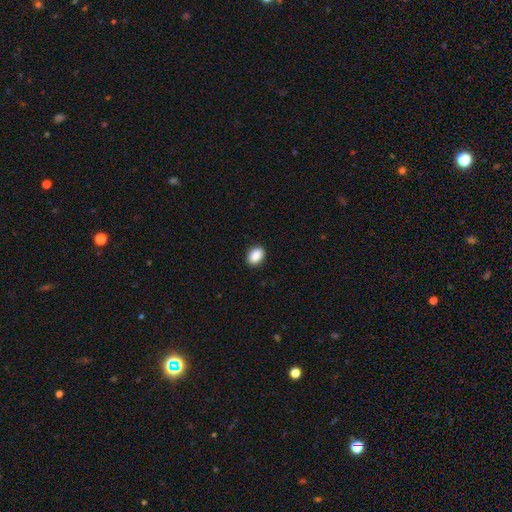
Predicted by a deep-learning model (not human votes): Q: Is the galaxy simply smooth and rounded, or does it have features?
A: smooth — 89%.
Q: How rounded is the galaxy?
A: in between — 75%.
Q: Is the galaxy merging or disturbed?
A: none — 90%.